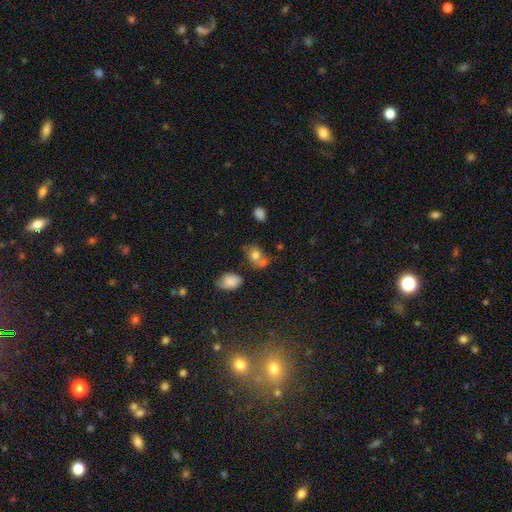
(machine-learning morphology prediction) type=smooth (74%); roundness=in between (60%); merging=none (45%).